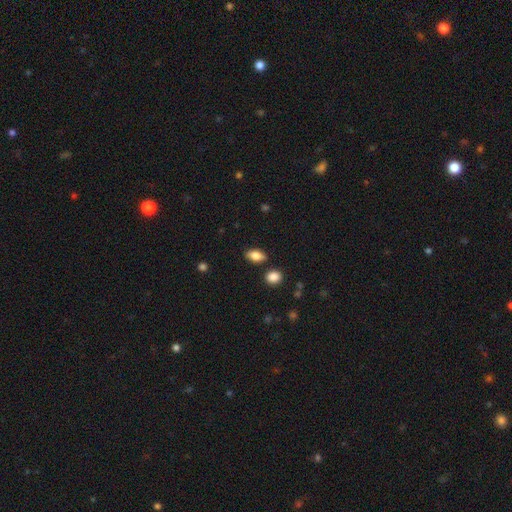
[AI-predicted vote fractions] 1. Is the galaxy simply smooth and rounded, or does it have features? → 81% smooth, 11% featured or disk, 8% star or artifact.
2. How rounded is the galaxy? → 86% in between, 7% round, 6% cigar-shaped.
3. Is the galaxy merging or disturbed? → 83% none, 10% minor disturbance, 4% merger, 2% major disturbance.